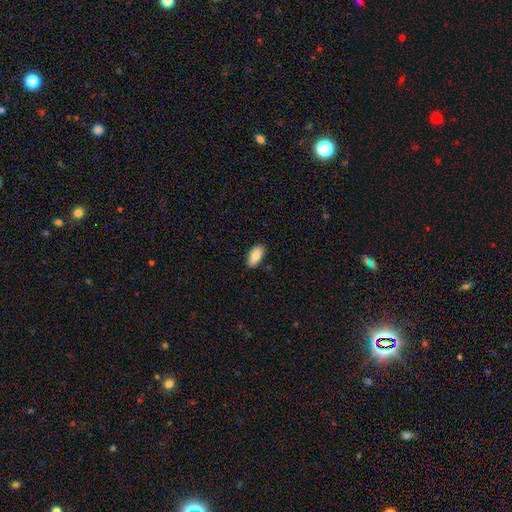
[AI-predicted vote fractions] Morphology: type=smooth (83%); roundness=in between (91%); merging=none (87%).